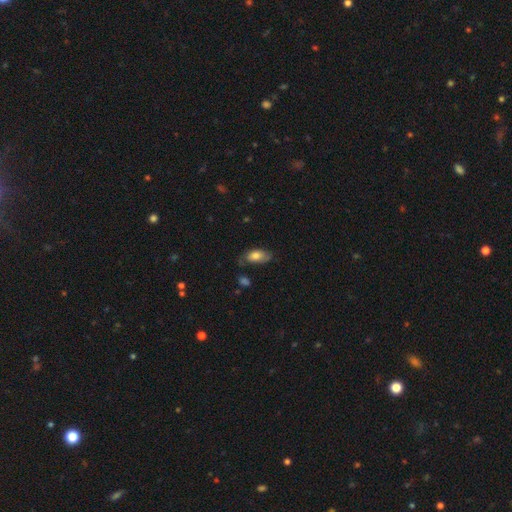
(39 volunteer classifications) Volunteers were most divided on "merging" (2-way tie): none: 44%, minor disturbance: 44%, major disturbance: 8%, merger: 3%. More confident: how rounded — in between (88%); smooth or featured — smooth (64%).